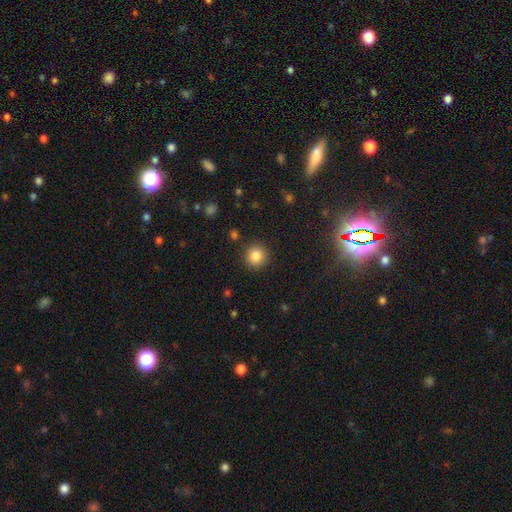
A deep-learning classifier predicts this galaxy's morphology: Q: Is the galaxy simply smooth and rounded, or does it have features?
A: smooth — 85%.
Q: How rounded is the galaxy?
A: round — 92%.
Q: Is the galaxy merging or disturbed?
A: none — 90%.